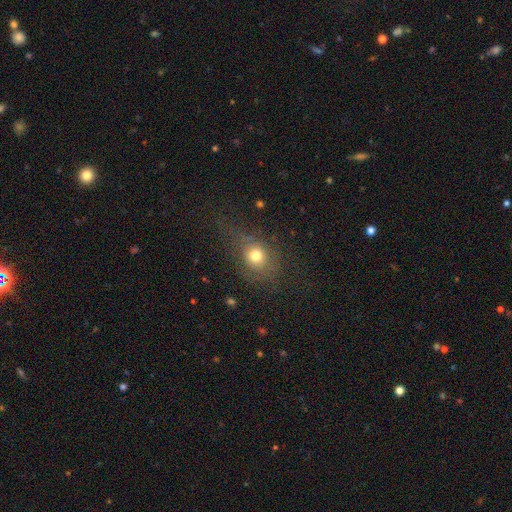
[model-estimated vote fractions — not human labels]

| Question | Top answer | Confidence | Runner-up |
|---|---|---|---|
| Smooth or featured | smooth | 72% | star or artifact (15%) |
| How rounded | round | 68% | in between (30%) |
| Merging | none | 60% | minor disturbance (20%) |